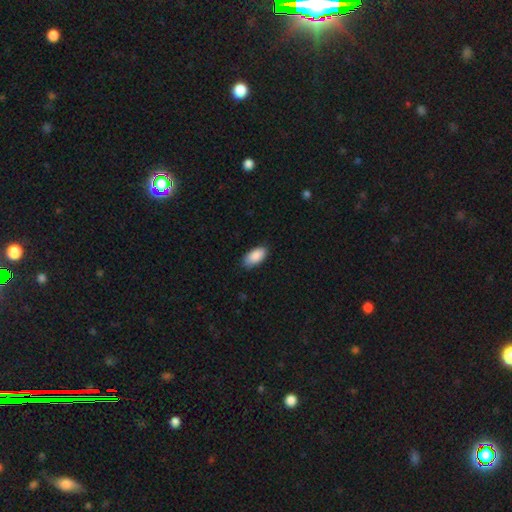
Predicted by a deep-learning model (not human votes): smooth_or_featured: smooth (p=0.90) [alt: star or artifact p=0.06]
how_rounded: in between (p=0.94) [alt: cigar-shaped p=0.03]
merging: none (p=0.83) [alt: minor disturbance p=0.14]